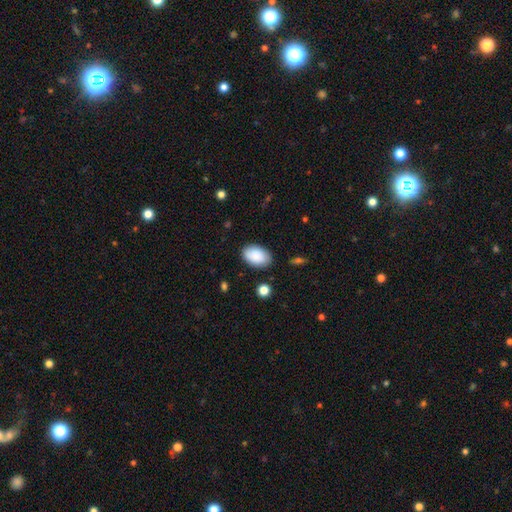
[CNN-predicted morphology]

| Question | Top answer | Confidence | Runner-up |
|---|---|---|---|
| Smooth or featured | smooth | 87% | featured or disk (6%) |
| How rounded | in between | 92% | round (7%) |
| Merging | none | 84% | minor disturbance (11%) |